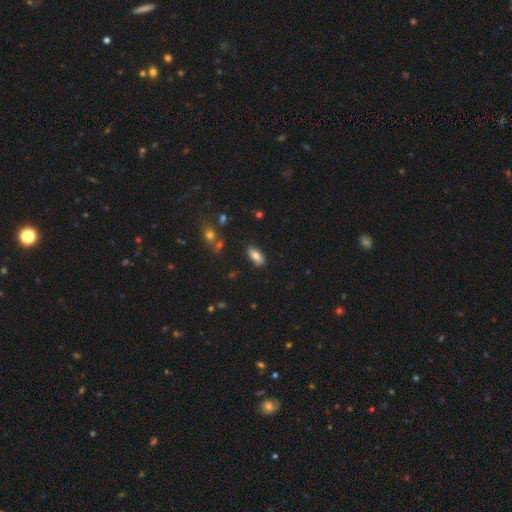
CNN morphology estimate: smooth 79%, featured or disk 13%, star or artifact 8%. Down the decision tree: how rounded — in between (84%); merging — none (84%).